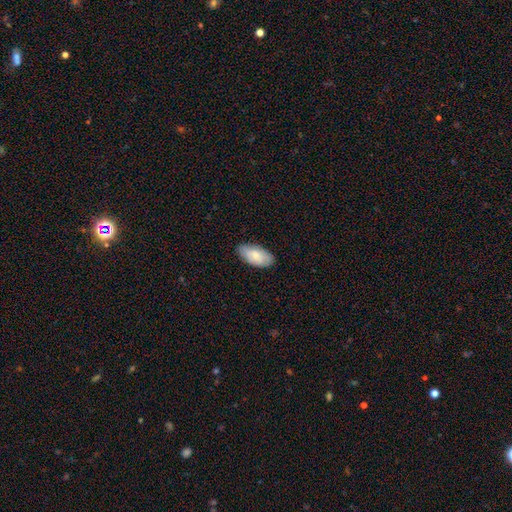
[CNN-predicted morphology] Overall: smooth (72%). How rounded: in between (94%). Merging: none (80%).